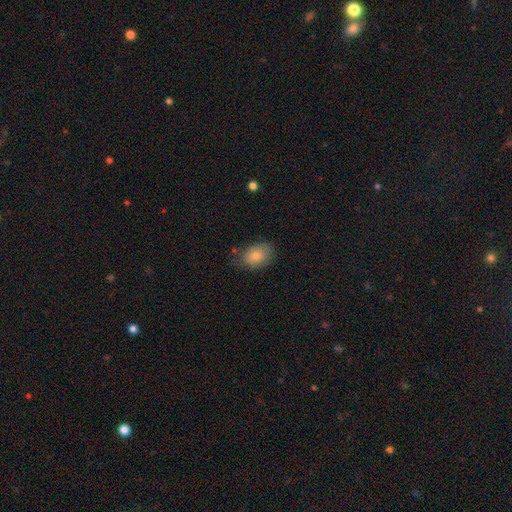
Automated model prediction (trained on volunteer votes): smooth_or_featured: smooth (p=0.80) [alt: featured or disk p=0.12]
how_rounded: in between (p=0.79) [alt: round p=0.20]
merging: none (p=0.70) [alt: minor disturbance p=0.23]